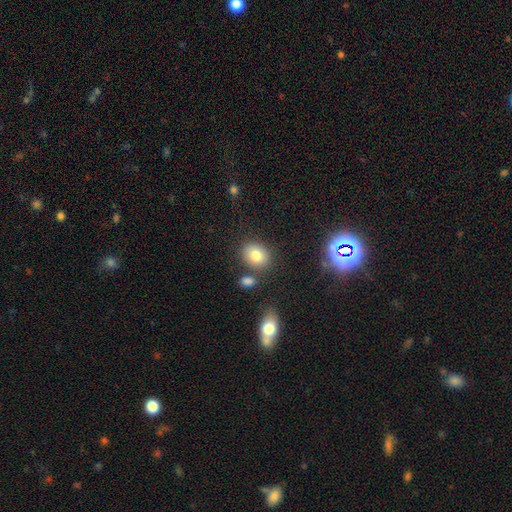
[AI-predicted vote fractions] smooth 81%, star or artifact 10%, featured or disk 9%. Down the decision tree: how rounded — round (53%); merging — none (76%).